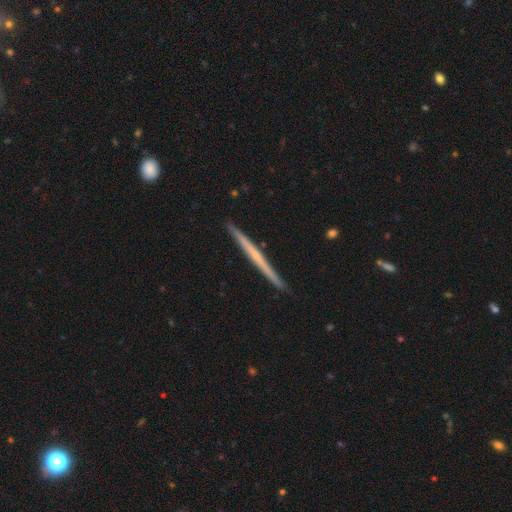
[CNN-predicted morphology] The model was most divided on "smooth or featured": featured or disk: 64%, smooth: 31%, star or artifact: 5%. More confident: edge-on disk — yes (98%); merging — none (92%); edge-on bulge — none (73%).